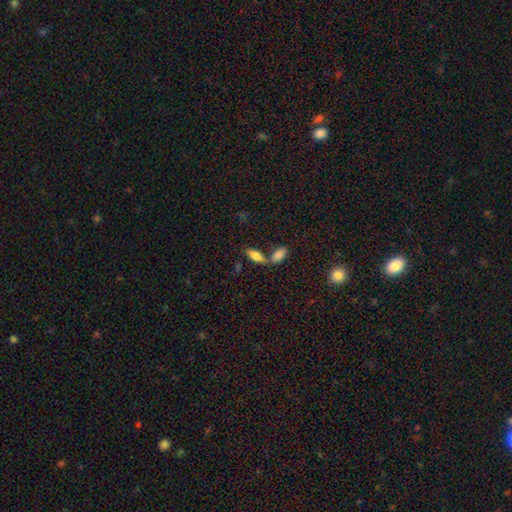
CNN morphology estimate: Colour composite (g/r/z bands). It shows a smooth galaxy with no disk features (78%) that is in between round and cigar-shaped (80%). Merging: none (50%).